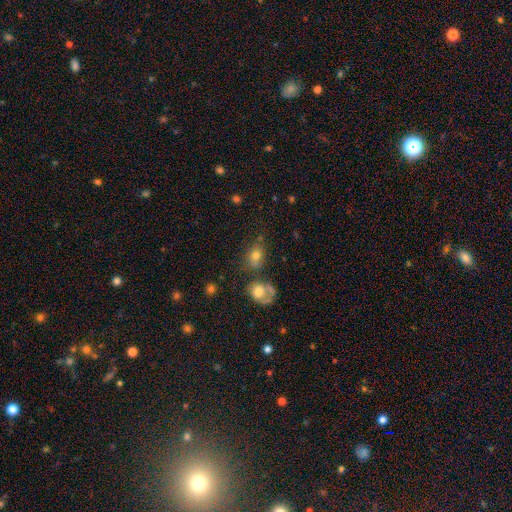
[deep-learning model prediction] This is likely a smooth galaxy (72%). How rounded: likely in between (64%). Merging: possibly none (55%).